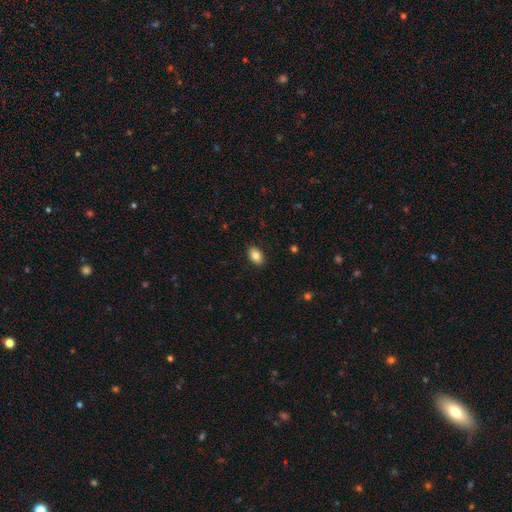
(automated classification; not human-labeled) Overall: smooth (84%). How rounded: in between (87%). Merging: none (89%).